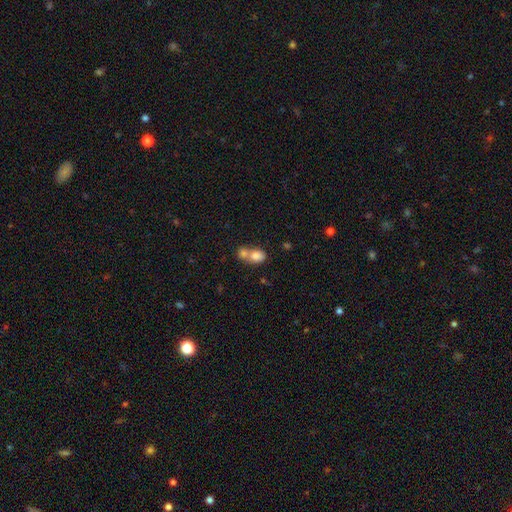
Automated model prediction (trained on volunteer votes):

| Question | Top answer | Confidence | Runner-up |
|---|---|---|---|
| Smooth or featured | smooth | 79% | featured or disk (12%) |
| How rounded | in between | 59% | round (40%) |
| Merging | merger | 67% | none (24%) |